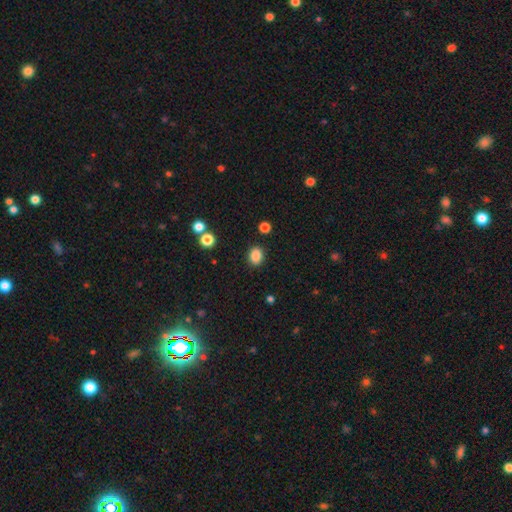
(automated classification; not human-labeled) Smooth or featured?
  - smooth: 86% *
  - star or artifact: 10%
  - featured or disk: 4%
How rounded?
  - in between: 57% *
  - round: 42%
  - cigar-shaped: 1%
Merging?
  - none: 87% *
  - minor disturbance: 8%
  - major disturbance: 3%
  - merger: 2%